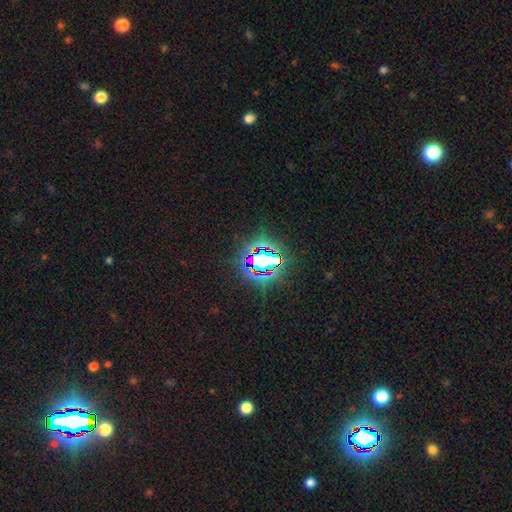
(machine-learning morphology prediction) Q: Smooth or featured?
A: star or artifact (71%); runner-up: smooth (17%)